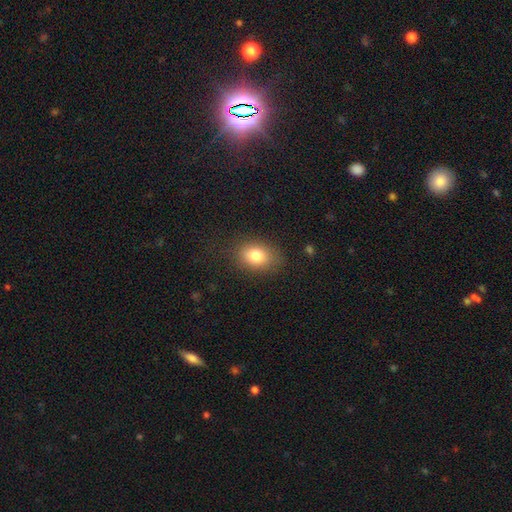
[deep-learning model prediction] This is clearly a smooth galaxy (81%). How rounded: likely in between (72%). Merging: clearly none (82%).